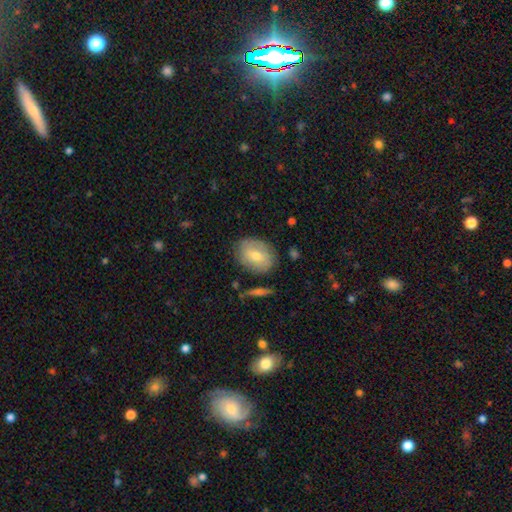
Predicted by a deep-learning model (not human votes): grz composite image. It shows a smooth galaxy with no disk features (65%) that is in between round and cigar-shaped (65%). Merging: none (79%).